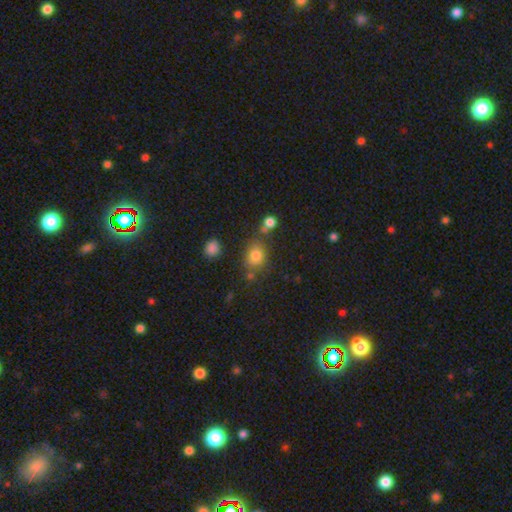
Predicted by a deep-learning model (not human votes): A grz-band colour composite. It shows a smooth galaxy with no disk features (78%) that is round (58%). Merging: none (66%).